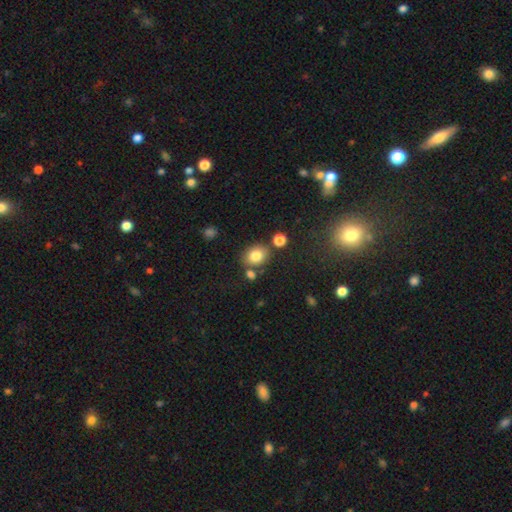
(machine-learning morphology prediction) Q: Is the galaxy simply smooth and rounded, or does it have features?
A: smooth — 80%.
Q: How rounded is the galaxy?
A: round — 53%.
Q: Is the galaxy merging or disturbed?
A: none — 72%.